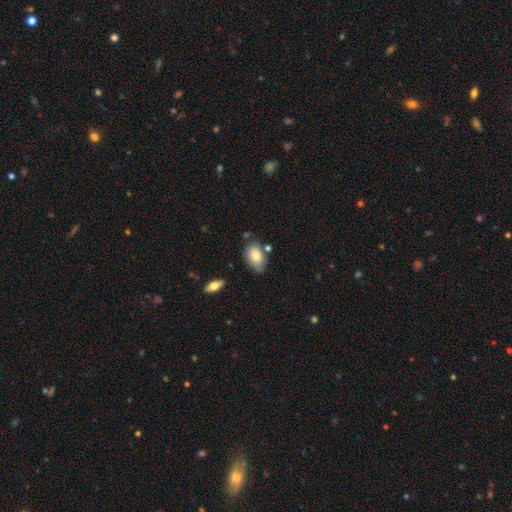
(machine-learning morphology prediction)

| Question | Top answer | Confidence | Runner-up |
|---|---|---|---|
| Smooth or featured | smooth | 79% | featured or disk (14%) |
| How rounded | in between | 91% | round (7%) |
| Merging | none | 68% | minor disturbance (21%) |